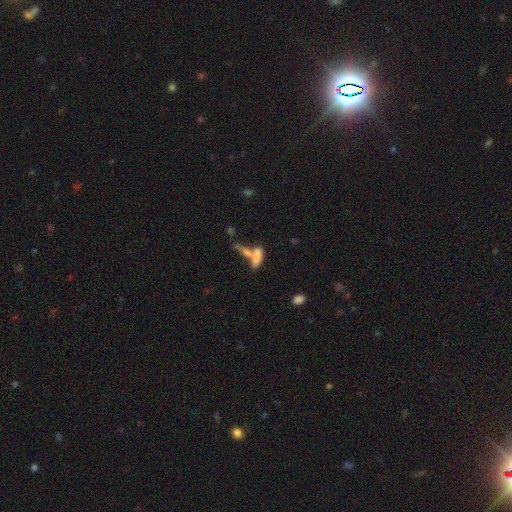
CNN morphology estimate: Overall: smooth (69%). How rounded: in between (49%; cigar-shaped 47%). Merging: merger (54%; none 28%).